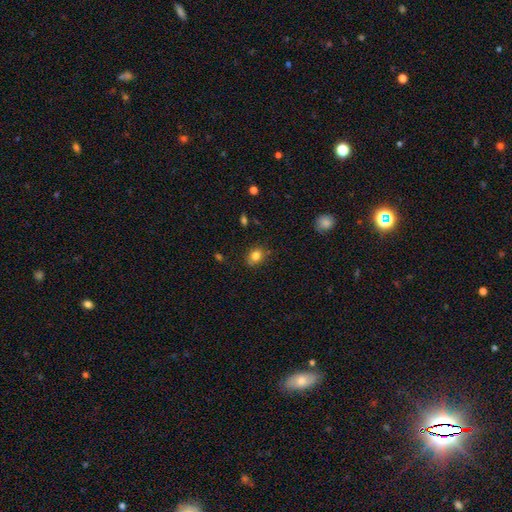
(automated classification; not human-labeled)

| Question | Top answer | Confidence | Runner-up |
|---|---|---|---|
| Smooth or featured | smooth | 82% | star or artifact (11%) |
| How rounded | in between | 53% | round (46%) |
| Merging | none | 76% | minor disturbance (18%) |